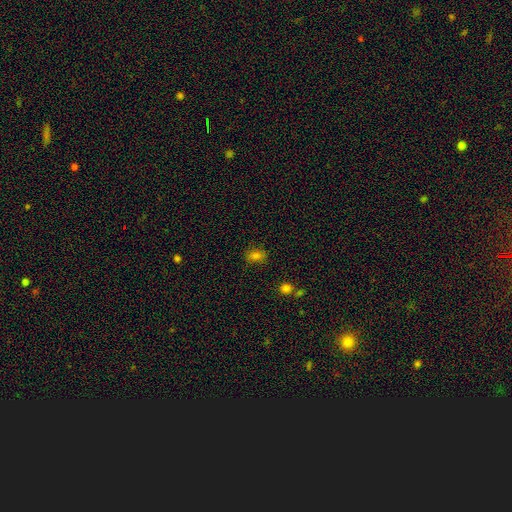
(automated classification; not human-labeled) Q: Smooth or featured?
A: smooth (77%); runner-up: star or artifact (15%)
Q: How rounded?
A: in between (60%); runner-up: round (38%)
Q: Merging?
A: none (77%); runner-up: minor disturbance (16%)